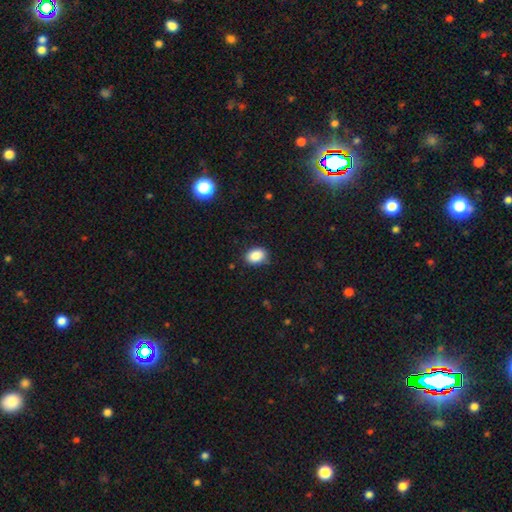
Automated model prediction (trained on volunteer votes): smooth 88%, star or artifact 8%, featured or disk 4%. Down the decision tree: how rounded — in between (78%); merging — none (82%).